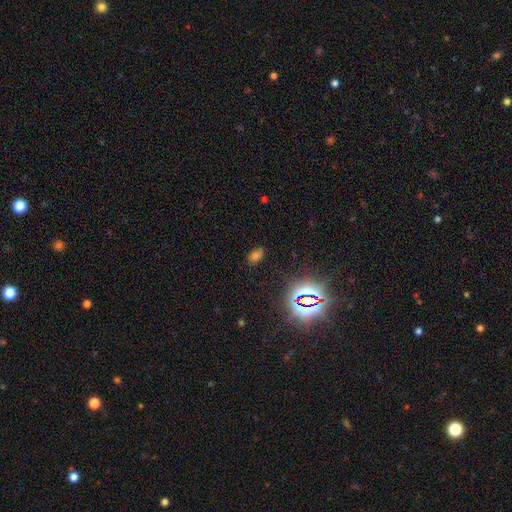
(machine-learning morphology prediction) This appears to be a smooth galaxy with no disk features (51%) that is in between round and cigar-shaped (85%). Merging: none (82%).